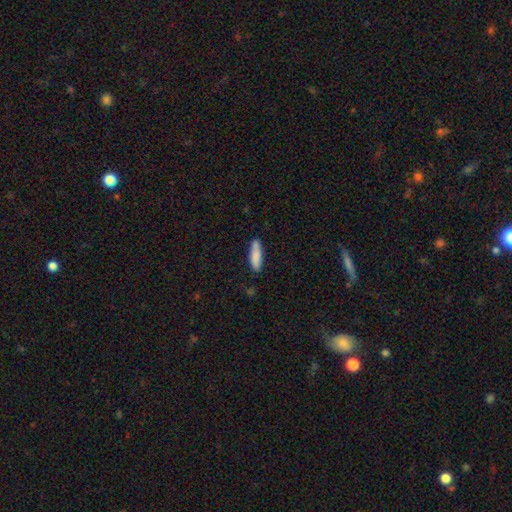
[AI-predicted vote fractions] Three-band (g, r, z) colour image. It shows a smooth galaxy with no disk features (84%) that is cigar-shaped (66%). Merging: none (75%).